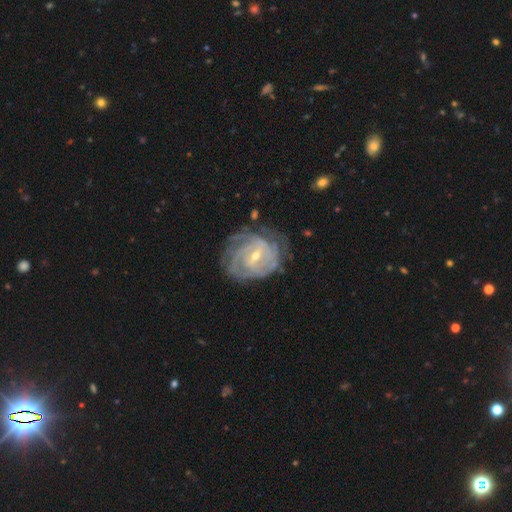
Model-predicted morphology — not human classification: smooth_or_featured: featured or disk (p=0.87) [alt: smooth p=0.08]
disk_edge_on: no (p=0.97) [alt: yes p=0.03]
bar: weak (p=0.54) [alt: strong p=0.24]
has_spiral_arms: yes (p=0.95) [alt: no p=0.05]
spiral_winding: tight (p=0.71) [alt: medium p=0.24]
spiral_arm_count: can't tell (p=0.36) [alt: 3 p=0.19]
bulge_size: small (p=0.58) [alt: moderate p=0.39]
merging: none (p=0.67) [alt: minor disturbance p=0.21]